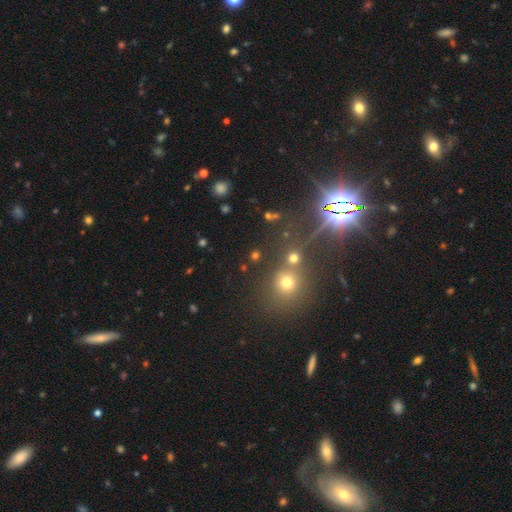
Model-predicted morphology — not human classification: type=star or artifact (50%).